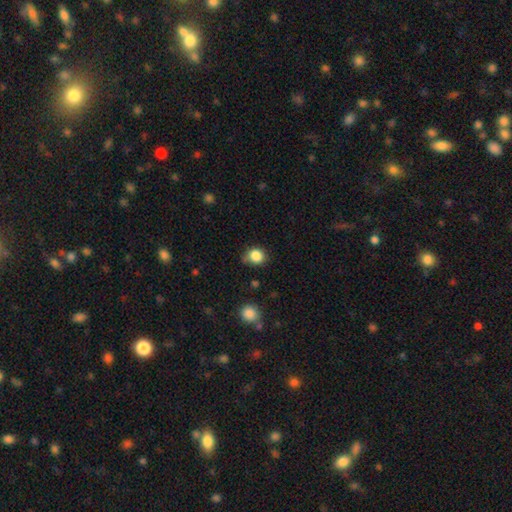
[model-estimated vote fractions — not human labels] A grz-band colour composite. It shows a smooth galaxy with no disk features (85%) that is round (73%). Merging: none (69%).